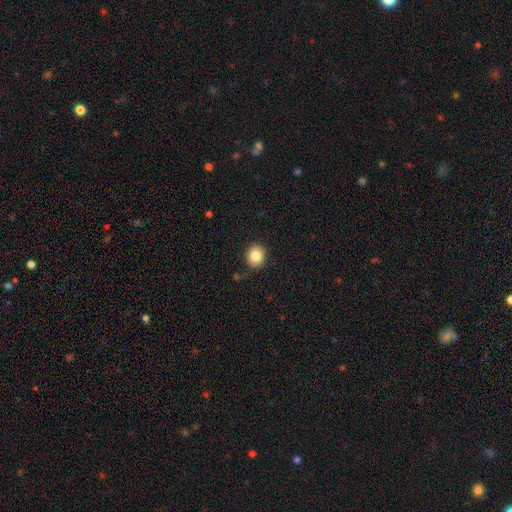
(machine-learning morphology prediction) smooth-or-featured: smooth: 83% | star or artifact: 10% | featured or disk: 7%
  how-rounded: round: 77% | in between: 22% | cigar-shaped: 1%
  merging: none: 83% | minor disturbance: 12% | major disturbance: 3% | merger: 2%